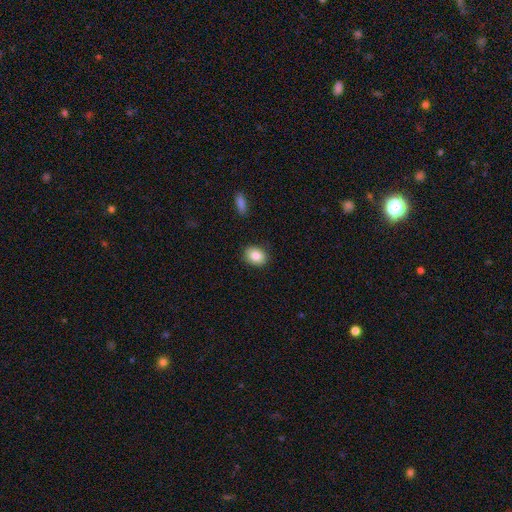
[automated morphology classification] This appears to be a smooth galaxy with no disk features (86%) that is in between round and cigar-shaped (60%). Merging: none (88%).